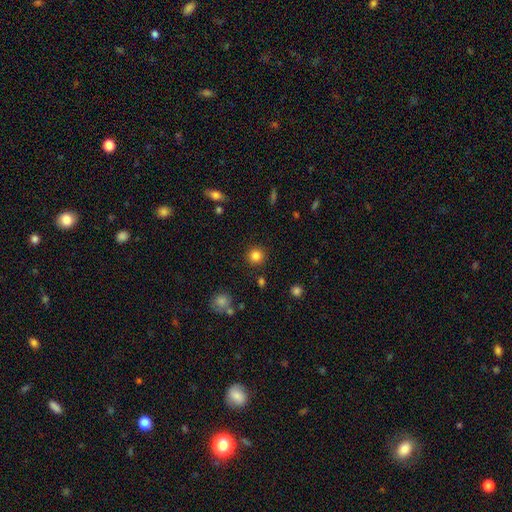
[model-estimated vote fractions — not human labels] The model was most divided on "smooth or featured": smooth: 84%, star or artifact: 12%, featured or disk: 5%. More confident: how rounded — round (94%); merging — none (90%).